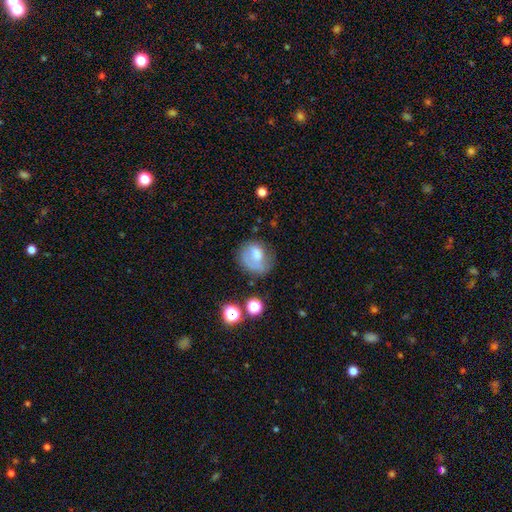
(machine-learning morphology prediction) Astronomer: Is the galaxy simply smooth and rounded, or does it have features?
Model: smooth — 61%.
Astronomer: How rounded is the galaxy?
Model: round — 61% (runner-up: in between, 38%).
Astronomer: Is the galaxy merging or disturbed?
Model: none — 44% (runner-up: minor disturbance, 26%).